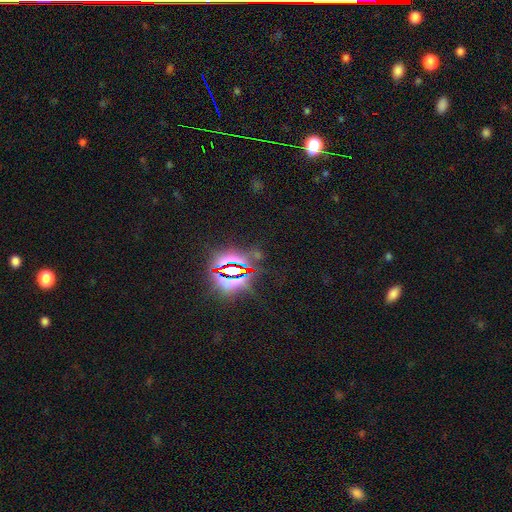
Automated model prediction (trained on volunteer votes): A star or artifact, not a galaxy (83%).